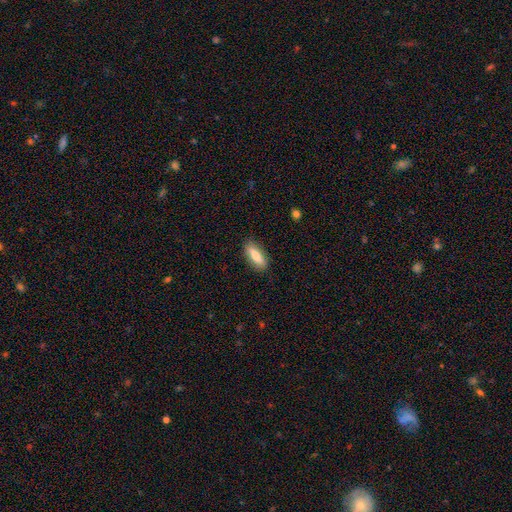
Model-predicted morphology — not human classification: Overall: smooth (73%). How rounded: in between (63%; cigar-shaped 35%). Merging: none (86%).